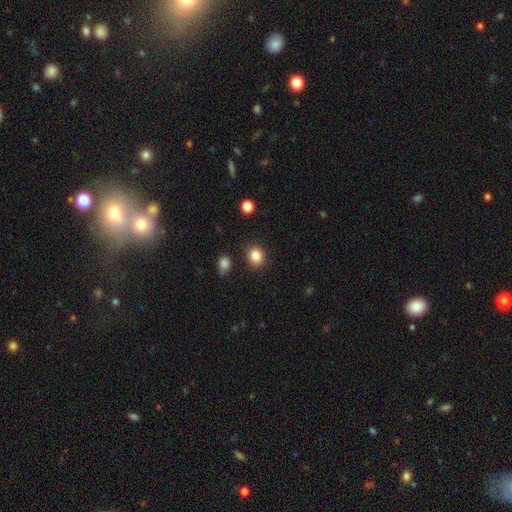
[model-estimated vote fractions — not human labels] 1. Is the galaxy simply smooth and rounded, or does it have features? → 85% smooth, 10% star or artifact, 5% featured or disk.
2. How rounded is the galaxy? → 74% round, 25% in between, 1% cigar-shaped.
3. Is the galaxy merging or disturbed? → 87% none, 8% minor disturbance, 3% major disturbance, 2% merger.